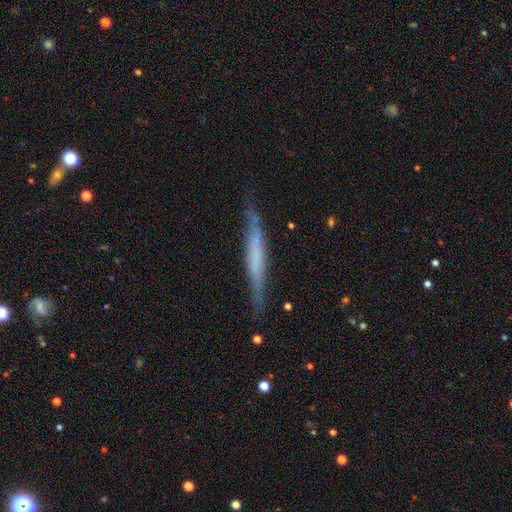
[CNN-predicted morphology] smooth_or_featured: featured or disk (p=0.55) [alt: smooth p=0.39]
disk_edge_on: yes (p=0.93) [alt: no p=0.07]
edge_on_bulge: none (p=0.66) [alt: boxy p=0.21]
merging: none (p=0.77) [alt: minor disturbance p=0.17]